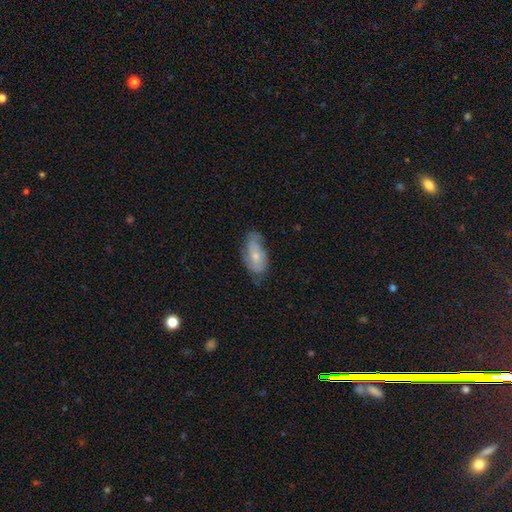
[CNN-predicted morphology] smooth-or-featured: smooth: 53% | featured or disk: 40% | star or artifact: 7%
  how-rounded: in between: 87% | cigar-shaped: 9% | round: 4%
  merging: none: 58% | minor disturbance: 31% | major disturbance: 9% | merger: 2%